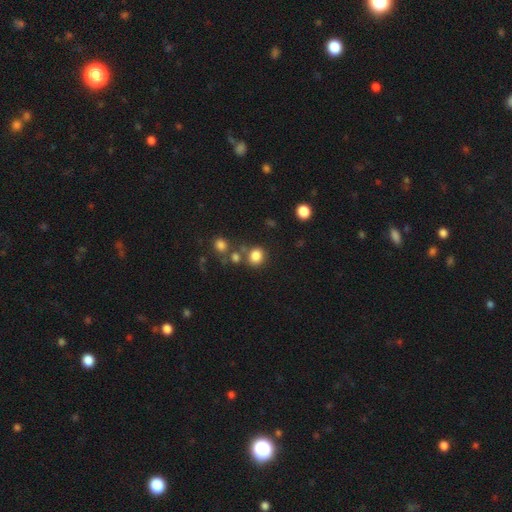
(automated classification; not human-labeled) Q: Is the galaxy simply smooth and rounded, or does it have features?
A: smooth — 82%.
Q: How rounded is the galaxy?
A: round — 74%.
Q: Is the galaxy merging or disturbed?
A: none — 67%.